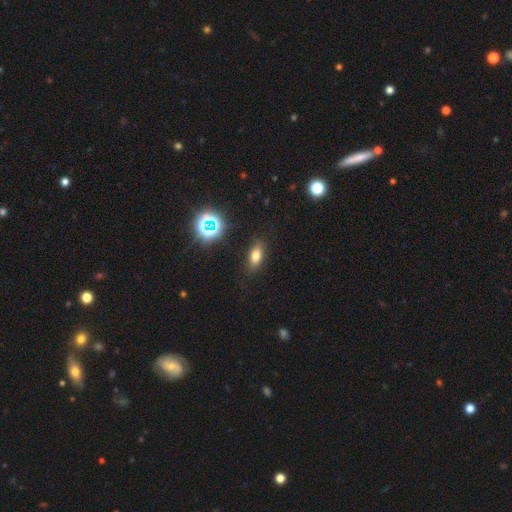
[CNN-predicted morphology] A smooth galaxy with no disk features (70%) that is in between round and cigar-shaped (79%).

Vote fractions:
- Smooth or featured? smooth: 70% / star or artifact: 18% / featured or disk: 12%
- How rounded? in between: 79% / cigar-shaped: 12% / round: 9%
- Merging? none: 85% / minor disturbance: 10% / major disturbance: 3% / merger: 2%